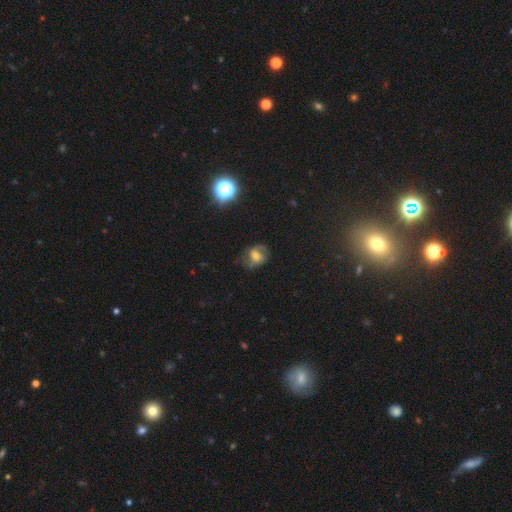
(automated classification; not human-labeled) The model was most divided on "bar": weak: 43%, no: 39%, strong: 18%. More confident: edge-on disk — no (96%); spiral arms — yes (81%); merging — none (64%); bulge size — moderate (60%); smooth or featured — featured or disk (54%).